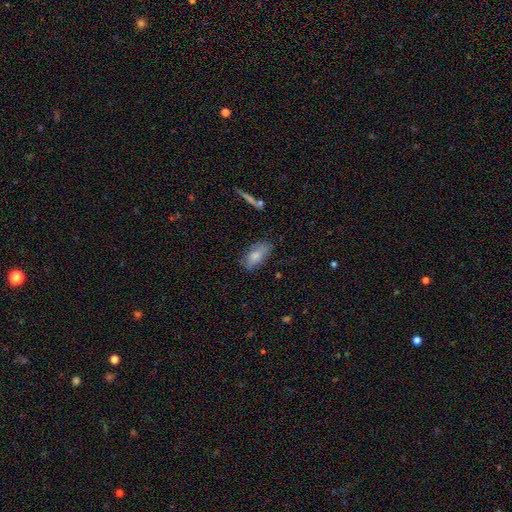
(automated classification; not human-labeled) smooth 76%, featured or disk 17%, star or artifact 7%. Down the decision tree: how rounded — in between (89%); merging — none (73%).